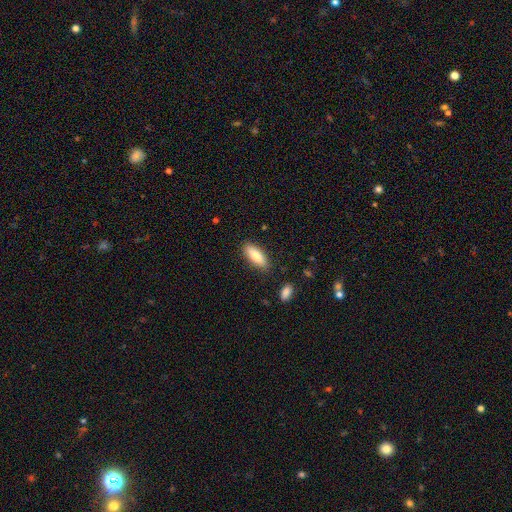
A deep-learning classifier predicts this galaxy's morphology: smooth_or_featured: smooth (p=0.80) [alt: featured or disk p=0.14]
how_rounded: in between (p=0.73) [alt: cigar-shaped p=0.25]
merging: none (p=0.85) [alt: minor disturbance p=0.10]